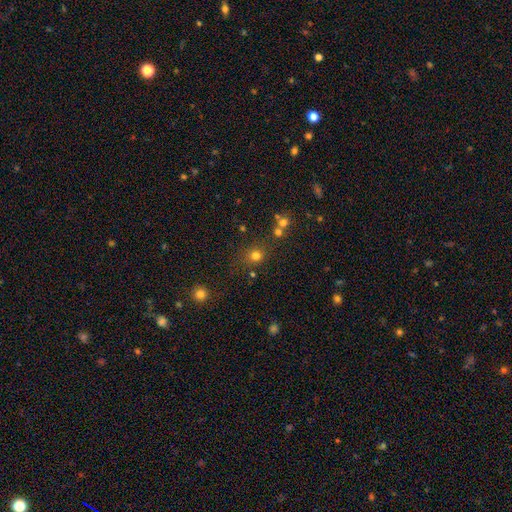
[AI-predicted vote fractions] Smooth or featured? smooth (74%)
How rounded? round (86%)
Merging? none (76%)